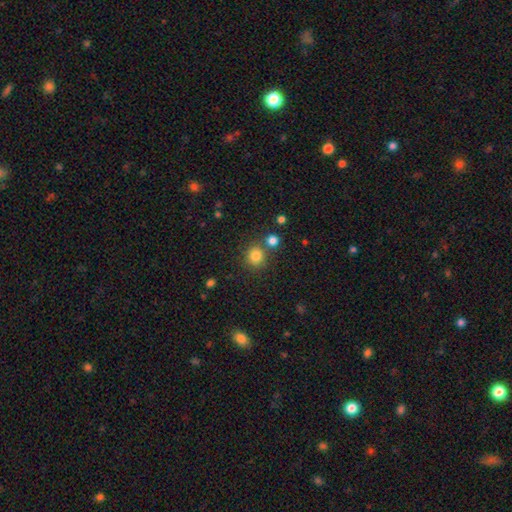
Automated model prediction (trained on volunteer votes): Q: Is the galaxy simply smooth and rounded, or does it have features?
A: smooth — 81%.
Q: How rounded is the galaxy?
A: round — 88%.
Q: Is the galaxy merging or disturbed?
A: none — 72%.